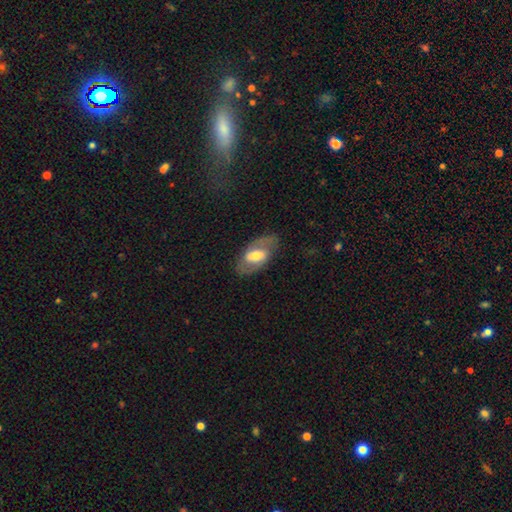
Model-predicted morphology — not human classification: Overall: featured or disk (60%; smooth 34%). Edge-on disk: no (91%). Bar: weak (42%; strong 29%). Spiral arms: yes (63%; no 37%). Bulge size: moderate (61%). Merging: none (78%).